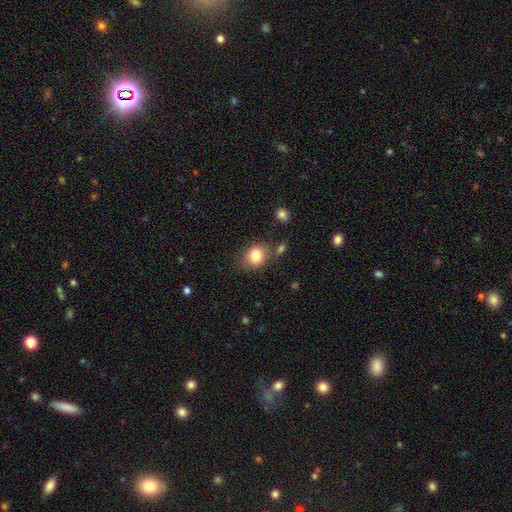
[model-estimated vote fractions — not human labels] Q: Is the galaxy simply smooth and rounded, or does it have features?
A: smooth — 82%.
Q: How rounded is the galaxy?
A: round — 57%.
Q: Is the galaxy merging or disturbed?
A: none — 70%.